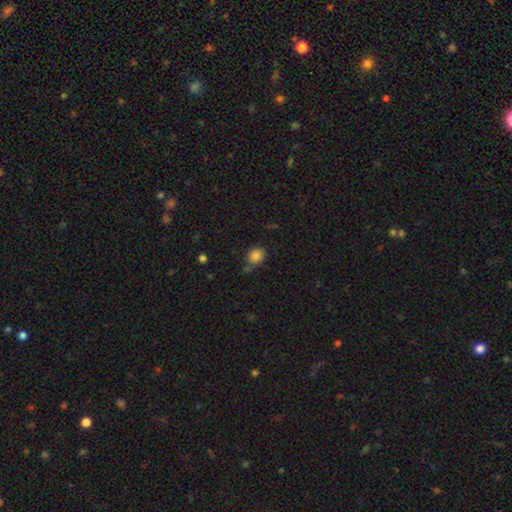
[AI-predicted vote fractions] Smooth or featured? Predicted: smooth (p=0.85). How rounded? Predicted: round (p=0.70). Merging? Predicted: none (p=0.69).